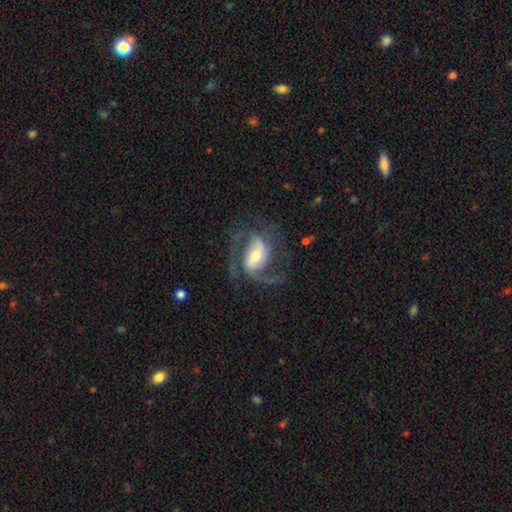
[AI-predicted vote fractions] Smooth or featured? featured or disk (88%)
Edge-on disk? no (97%)
Bar? weak (43%)
Spiral arms? yes (97%)
Spiral winding? medium (55%)
Spiral arm count? 2 (73%)
Bulge size? moderate (48%)
Merging? none (64%)